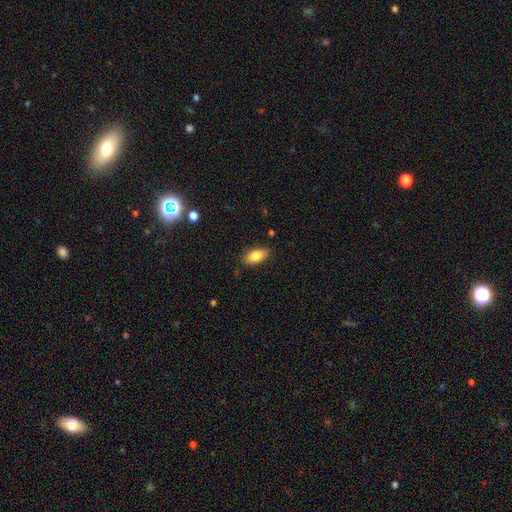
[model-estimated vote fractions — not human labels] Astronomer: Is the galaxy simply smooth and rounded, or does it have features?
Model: smooth — 82%.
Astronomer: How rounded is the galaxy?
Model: in between — 88%.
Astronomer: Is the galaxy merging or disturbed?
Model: none — 85%.